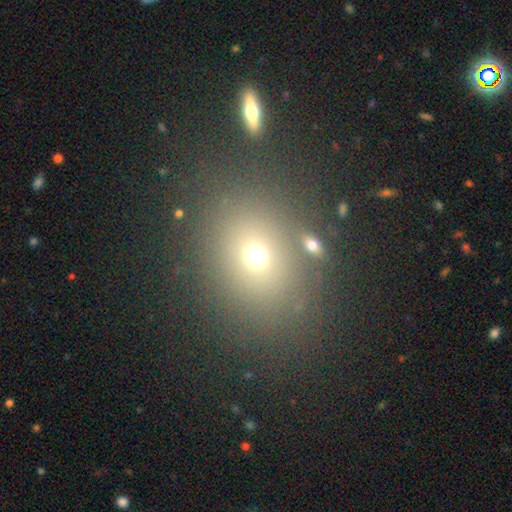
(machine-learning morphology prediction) Smooth or featured? smooth (65%)
How rounded? round (63%)
Merging? none (80%)